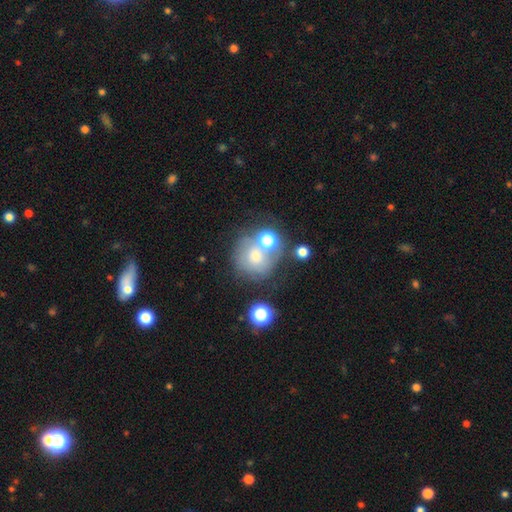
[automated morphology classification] A smooth galaxy with no disk features (57%) that is round (87%).

Vote fractions:
- Smooth or featured? smooth: 57% / featured or disk: 26% / star or artifact: 17%
- How rounded? round: 87% / in between: 12% / cigar-shaped: 1%
- Merging? none: 49% / merger: 29% / minor disturbance: 14% / major disturbance: 9%